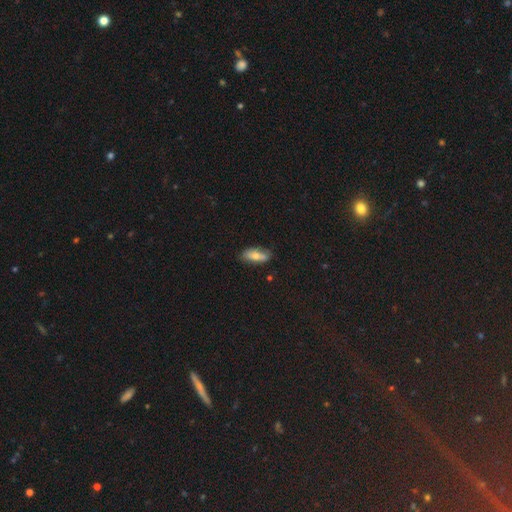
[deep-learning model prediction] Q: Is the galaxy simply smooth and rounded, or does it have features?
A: smooth — 67%.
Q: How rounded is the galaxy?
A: in between — 79%.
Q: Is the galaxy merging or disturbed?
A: none — 76%.